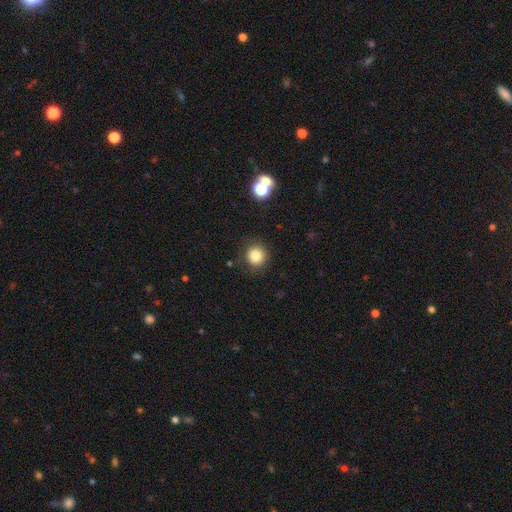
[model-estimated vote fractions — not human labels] Smooth or featured? Predicted: smooth (p=0.82). How rounded? Predicted: round (p=0.91). Merging? Predicted: none (p=0.87).